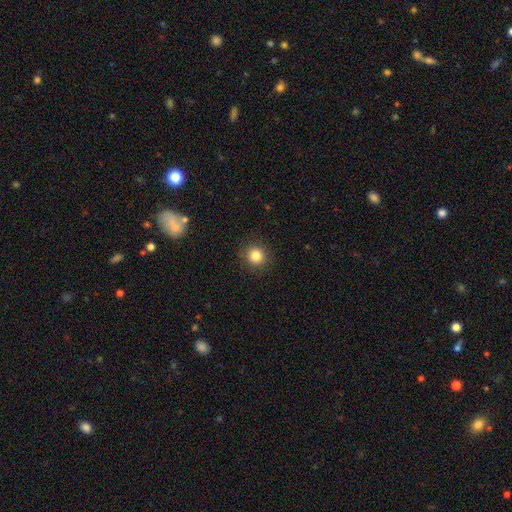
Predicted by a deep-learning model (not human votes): Smooth or featured: smooth — 84% (star or artifact — 11%)
How rounded: round — 92% (in between — 7%)
Merging: none — 90% (minor disturbance — 6%)